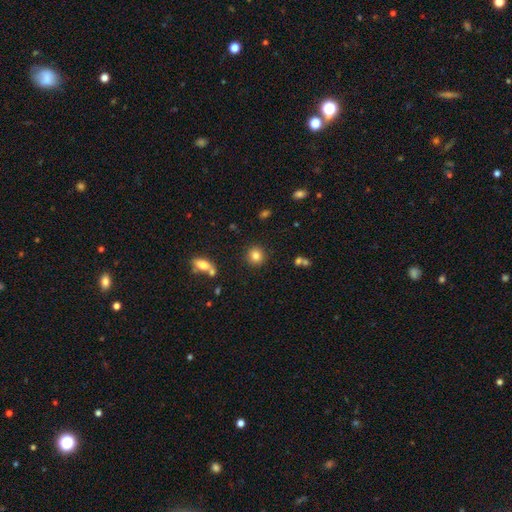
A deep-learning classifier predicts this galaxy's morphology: Overall: smooth (83%). How rounded: round (87%). Merging: none (87%).